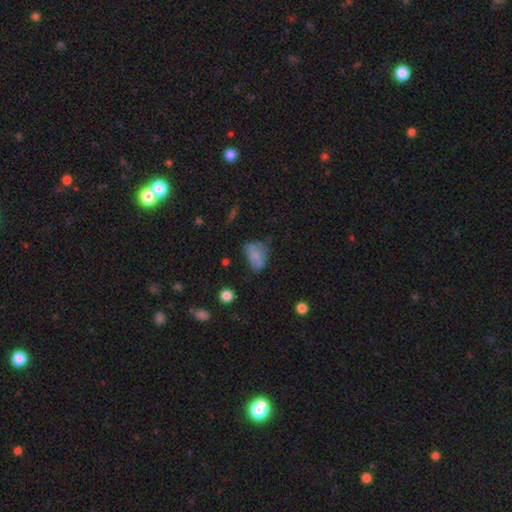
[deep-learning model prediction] Smooth or featured? smooth (59%)
How rounded? in between (72%)
Merging? none (36%)